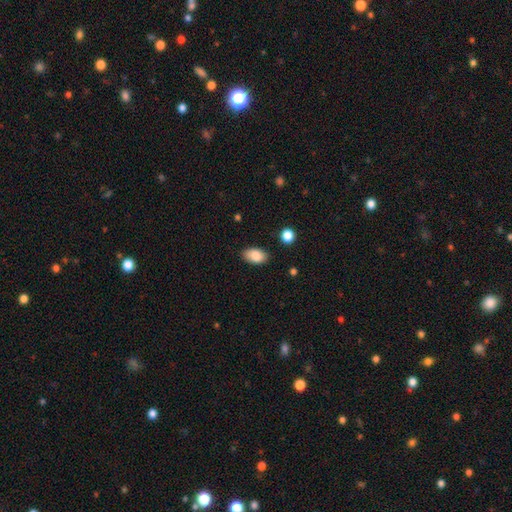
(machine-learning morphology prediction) Smooth or featured? Predicted: smooth (p=0.86). How rounded? Predicted: in between (p=0.92). Merging? Predicted: none (p=0.84).